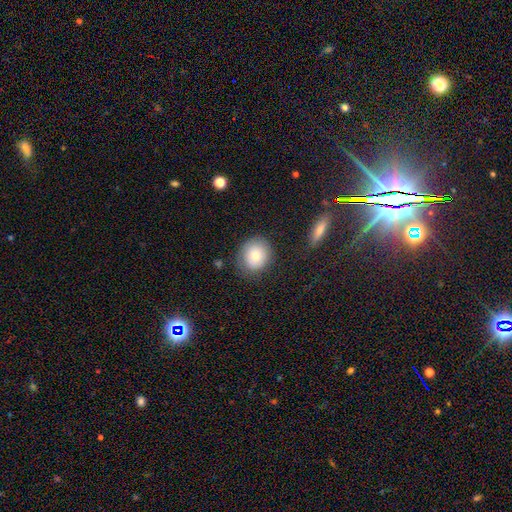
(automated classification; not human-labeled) This appears to be a smooth galaxy with no disk features (76%) that is round (71%). Merging: none (78%).